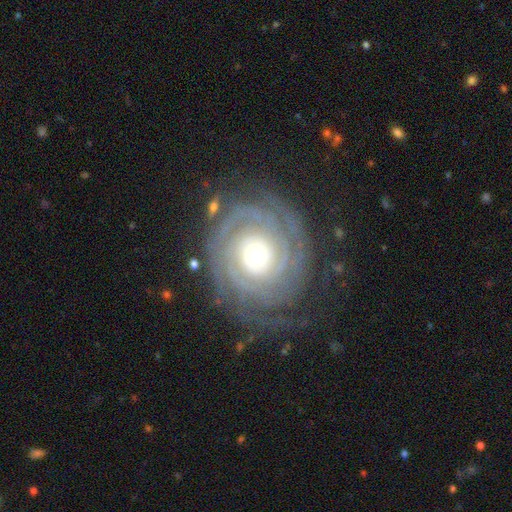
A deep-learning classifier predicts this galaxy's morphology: Smooth or featured? Predicted: featured or disk (p=0.87). Edge-on disk? Predicted: no (p=0.97). Bar? Predicted: no (p=0.82). Spiral arms? Predicted: yes (p=0.96). Spiral winding? Predicted: tight (p=0.83). Spiral arm count? Predicted: can't tell (p=0.28). Bulge size? Predicted: small (p=0.58). Merging? Predicted: none (p=0.74).